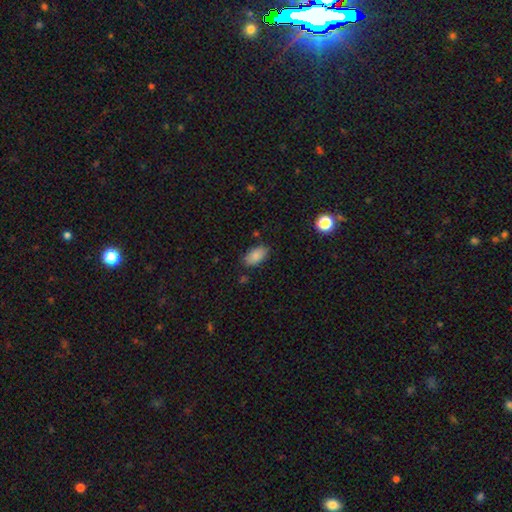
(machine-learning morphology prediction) Q: Smooth or featured?
A: smooth (86%); runner-up: star or artifact (8%)
Q: How rounded?
A: in between (93%); runner-up: round (4%)
Q: Merging?
A: none (82%); runner-up: minor disturbance (13%)